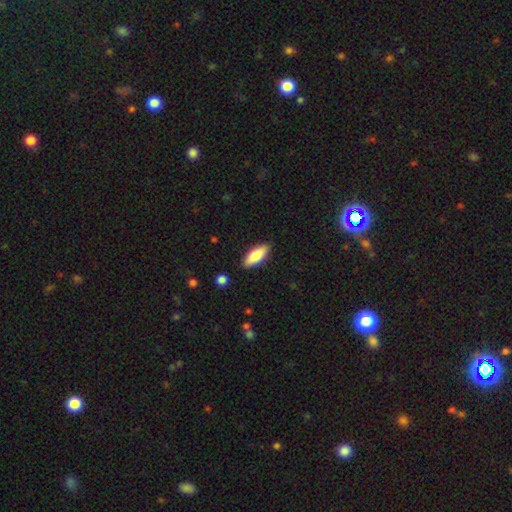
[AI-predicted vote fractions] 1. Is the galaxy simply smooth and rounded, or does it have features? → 77% smooth, 17% featured or disk, 6% star or artifact.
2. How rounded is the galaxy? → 71% in between, 27% cigar-shaped, 2% round.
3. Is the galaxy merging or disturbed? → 87% none, 10% minor disturbance, 2% major disturbance, 1% merger.